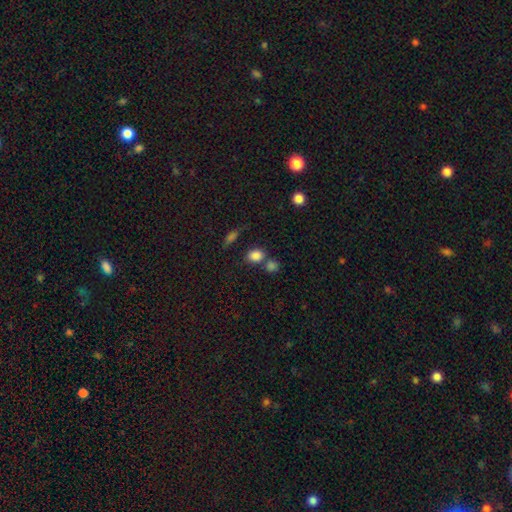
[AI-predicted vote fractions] Smooth or featured?
  - smooth: 83% *
  - star or artifact: 12%
  - featured or disk: 5%
How rounded?
  - in between: 54% *
  - round: 44%
  - cigar-shaped: 2%
Merging?
  - none: 58% *
  - merger: 26%
  - minor disturbance: 11%
  - major disturbance: 5%